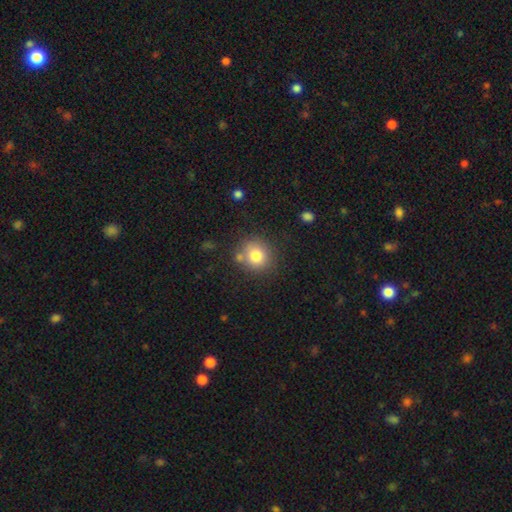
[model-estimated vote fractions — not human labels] smooth 79%, star or artifact 11%, featured or disk 10%. Down the decision tree: how rounded — round (86%); merging — none (74%).